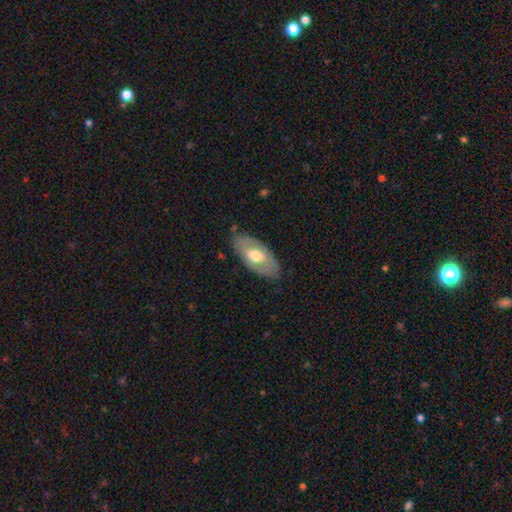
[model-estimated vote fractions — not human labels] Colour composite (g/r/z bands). It shows a featured or disk galaxy (50%). Merging: none (77%).